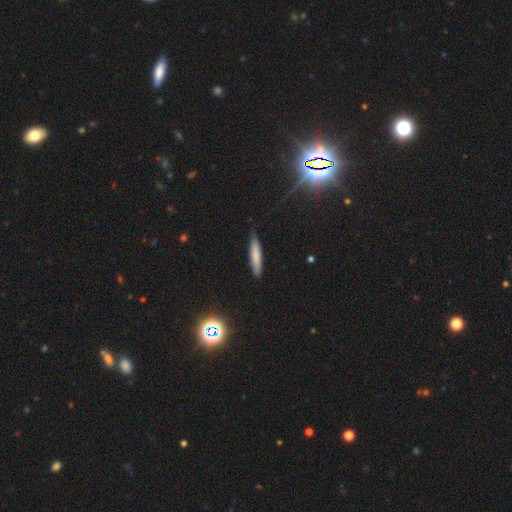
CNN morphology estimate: A smooth galaxy with no disk features (77%) that is cigar-shaped (88%). Merging: none (83%).